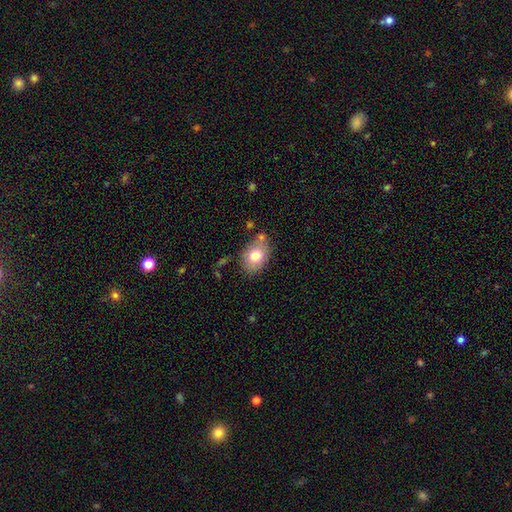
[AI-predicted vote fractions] A smooth galaxy with no disk features (76%) that is in between round and cigar-shaped (73%).

Vote fractions:
- Smooth or featured? smooth: 76% / featured or disk: 15% / star or artifact: 9%
- How rounded? in between: 73% / round: 26% / cigar-shaped: 1%
- Merging? none: 70% / minor disturbance: 18% / merger: 7% / major disturbance: 4%